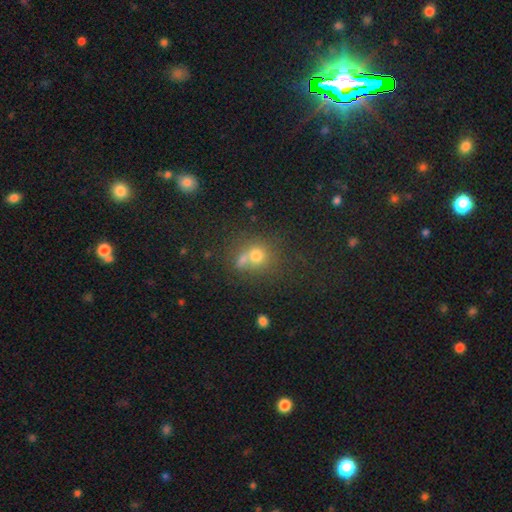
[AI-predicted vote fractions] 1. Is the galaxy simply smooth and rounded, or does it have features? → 70% smooth, 16% star or artifact, 14% featured or disk.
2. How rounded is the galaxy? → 80% round, 19% in between, 1% cigar-shaped.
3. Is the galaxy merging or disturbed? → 43% none, 41% merger, 10% minor disturbance, 5% major disturbance.